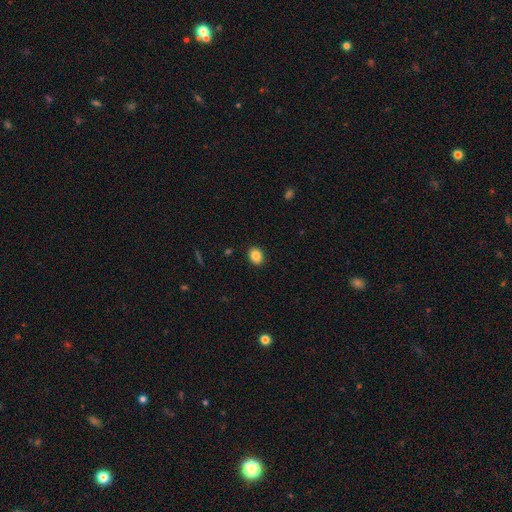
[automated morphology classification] Smooth or featured? smooth (86%)
How rounded? round (54%)
Merging? none (91%)